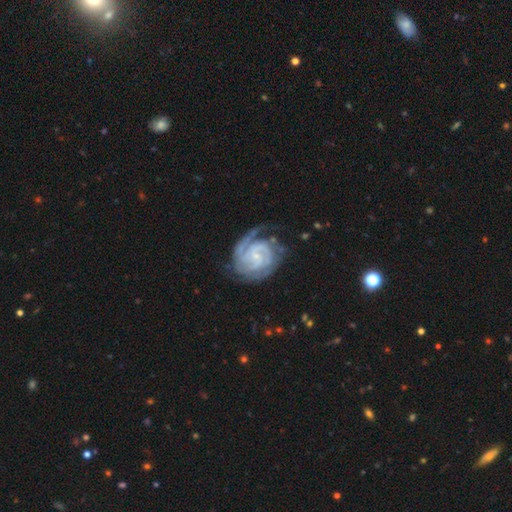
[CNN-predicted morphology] This appears to be a featured or disk galaxy (91%) with no bar (55%), 2 (43%) tight (70%) spiral arms (98%) and a small central bulge (77%). Merging: none (67%).